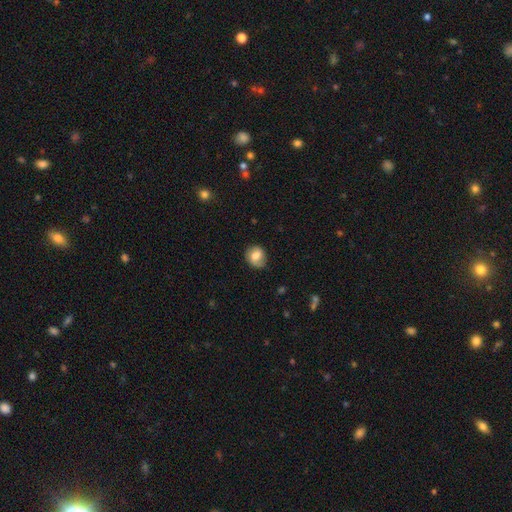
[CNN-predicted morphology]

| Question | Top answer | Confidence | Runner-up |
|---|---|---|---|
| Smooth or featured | smooth | 72% | featured or disk (20%) |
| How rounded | round | 67% | in between (32%) |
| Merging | none | 67% | minor disturbance (25%) |